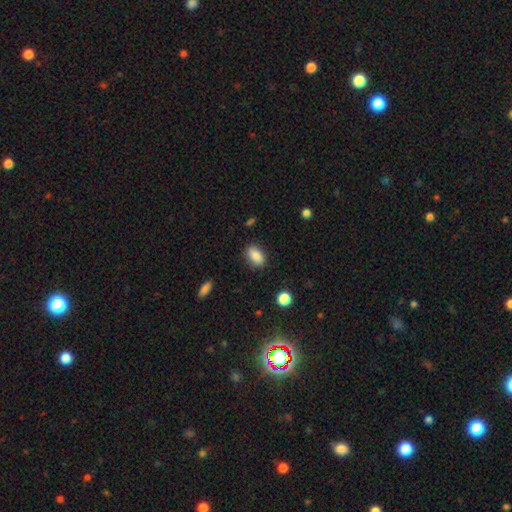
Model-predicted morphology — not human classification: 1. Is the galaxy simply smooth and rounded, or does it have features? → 84% smooth, 8% featured or disk, 8% star or artifact.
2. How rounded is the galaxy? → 87% in between, 7% round, 7% cigar-shaped.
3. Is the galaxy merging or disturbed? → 84% none, 12% minor disturbance, 3% major disturbance, 2% merger.